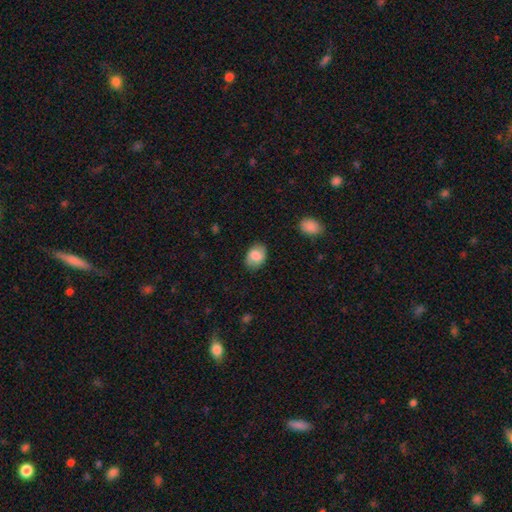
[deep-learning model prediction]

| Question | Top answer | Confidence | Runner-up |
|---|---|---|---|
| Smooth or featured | smooth | 79% | featured or disk (13%) |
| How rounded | in between | 71% | round (28%) |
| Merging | none | 81% | minor disturbance (14%) |